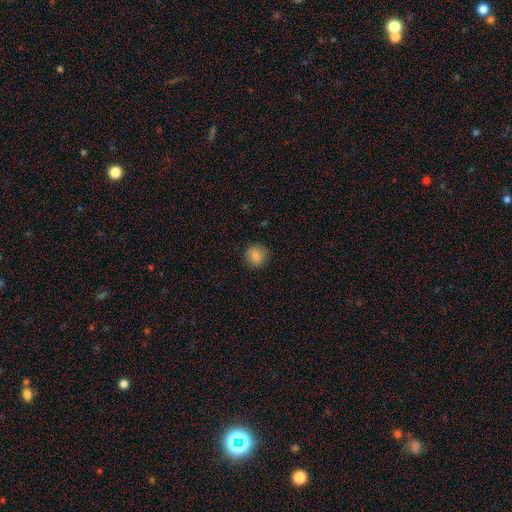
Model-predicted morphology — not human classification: Overall: smooth (83%). How rounded: round (90%). Merging: none (88%).